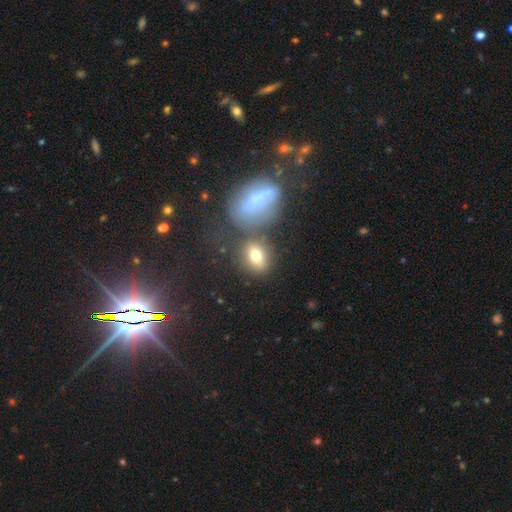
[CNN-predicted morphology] This is likely a smooth galaxy (72%). How rounded: possibly in between (55%). Merging: likely none (64%).